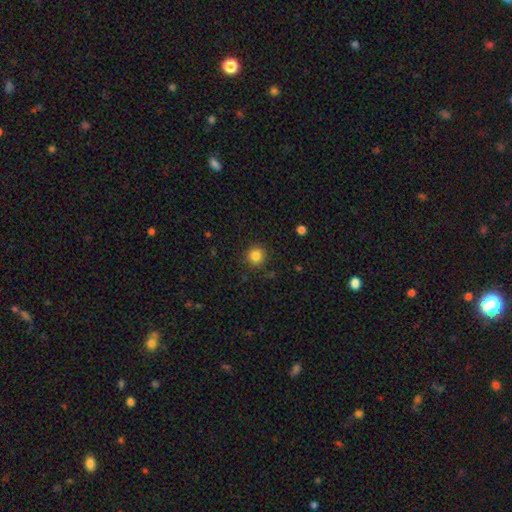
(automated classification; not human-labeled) Smooth or featured? Predicted: smooth (p=0.83). How rounded? Predicted: round (p=0.92). Merging? Predicted: none (p=0.89).